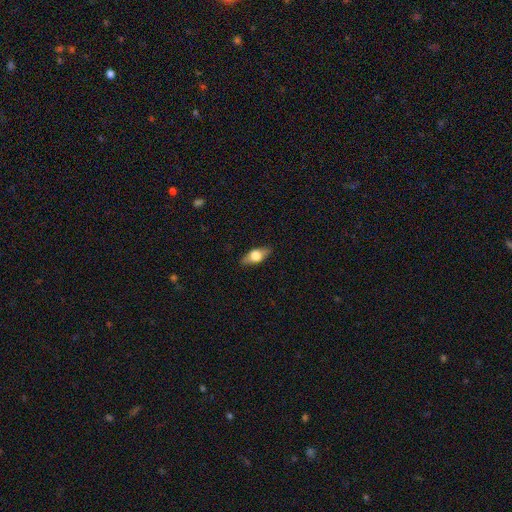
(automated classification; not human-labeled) A smooth galaxy with no disk features (56%) that is in between round and cigar-shaped (76%).

Vote fractions:
- Smooth or featured? smooth: 56% / featured or disk: 37% / star or artifact: 7%
- How rounded? in between: 76% / cigar-shaped: 18% / round: 7%
- Merging? none: 85% / minor disturbance: 11% / major disturbance: 3% / merger: 1%